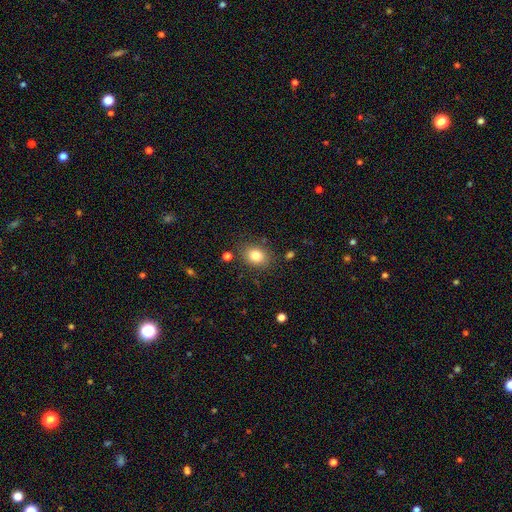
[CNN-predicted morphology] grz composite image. It shows a smooth galaxy with no disk features (82%) that is in between round and cigar-shaped (54%). Merging: none (82%).